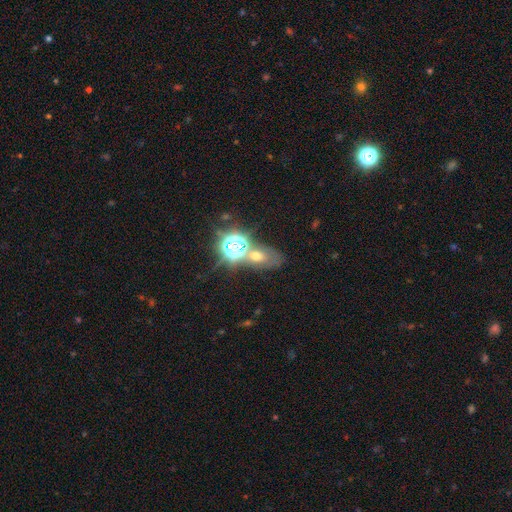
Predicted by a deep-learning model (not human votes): smooth-or-featured: star or artifact: 43% | smooth: 40% | featured or disk: 17%